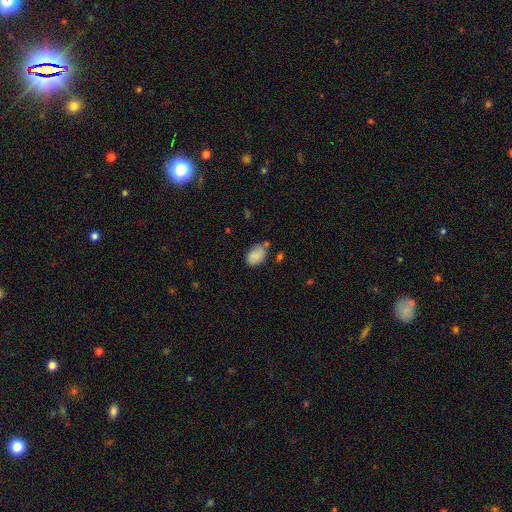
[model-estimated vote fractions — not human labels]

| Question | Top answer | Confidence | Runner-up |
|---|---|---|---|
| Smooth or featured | smooth | 83% | featured or disk (9%) |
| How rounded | in between | 85% | round (13%) |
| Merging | none | 59% | minor disturbance (26%) |